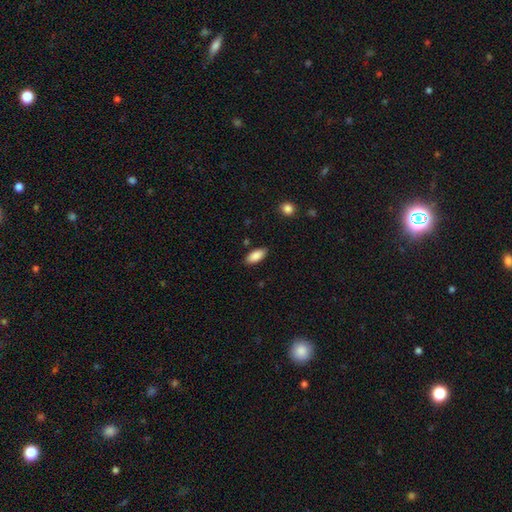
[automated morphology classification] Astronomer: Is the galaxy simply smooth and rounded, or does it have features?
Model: smooth — 88%.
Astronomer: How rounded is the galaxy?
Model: in between — 89%.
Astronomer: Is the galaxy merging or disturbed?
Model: none — 85%.